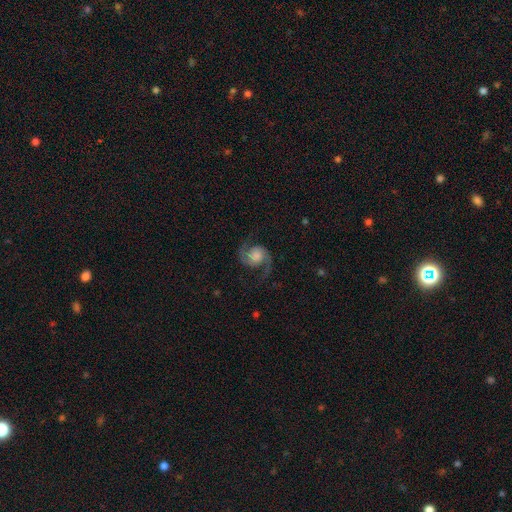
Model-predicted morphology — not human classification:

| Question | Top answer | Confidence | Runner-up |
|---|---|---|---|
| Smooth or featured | featured or disk | 91% | smooth (5%) |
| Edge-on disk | no | 98% | yes (2%) |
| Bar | no | 71% | weak (24%) |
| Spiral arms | yes | 98% | no (2%) |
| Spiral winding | medium | 50% | loose (38%) |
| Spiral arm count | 2 | 95% | can't tell (1%) |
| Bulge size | large | 32% | moderate (25%) |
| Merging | none | 82% | minor disturbance (11%) |